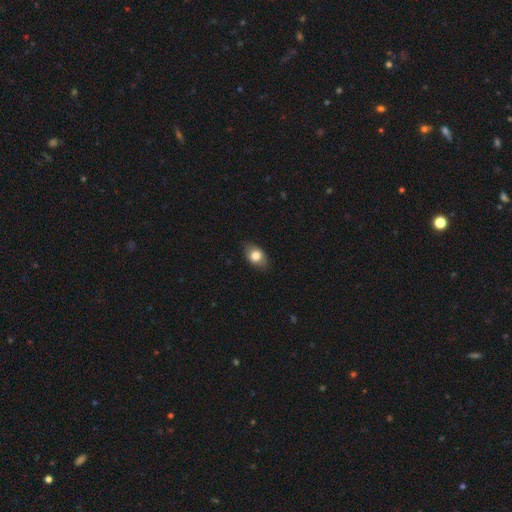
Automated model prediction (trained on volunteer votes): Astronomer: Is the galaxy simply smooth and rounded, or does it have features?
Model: smooth — 79%.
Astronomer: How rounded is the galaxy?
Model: in between — 81%.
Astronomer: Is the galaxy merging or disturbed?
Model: none — 82%.